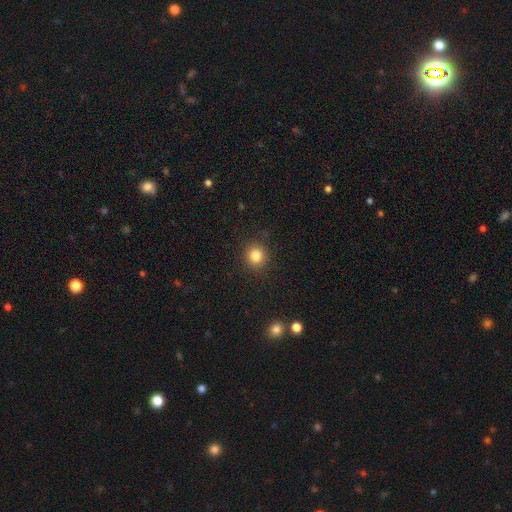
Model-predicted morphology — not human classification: Smooth or featured?
  - smooth: 83% *
  - star or artifact: 12%
  - featured or disk: 6%
How rounded?
  - round: 89% *
  - in between: 10%
  - cigar-shaped: 1%
Merging?
  - none: 90% *
  - minor disturbance: 7%
  - major disturbance: 2%
  - merger: 1%